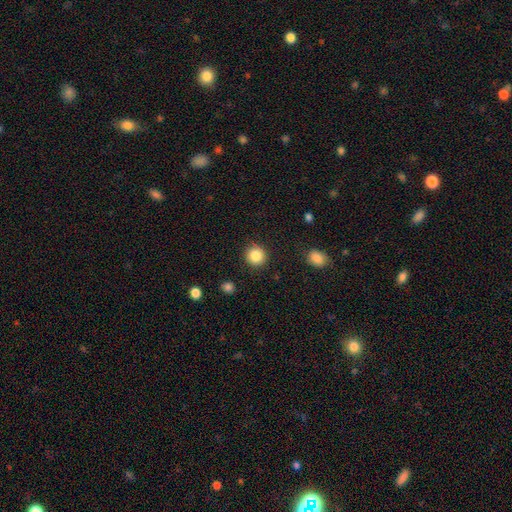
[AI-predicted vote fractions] smooth-or-featured: smooth: 86% | star or artifact: 9% | featured or disk: 4%
  how-rounded: round: 93% | in between: 6% | cigar-shaped: 1%
  merging: none: 90% | minor disturbance: 6% | major disturbance: 2% | merger: 1%